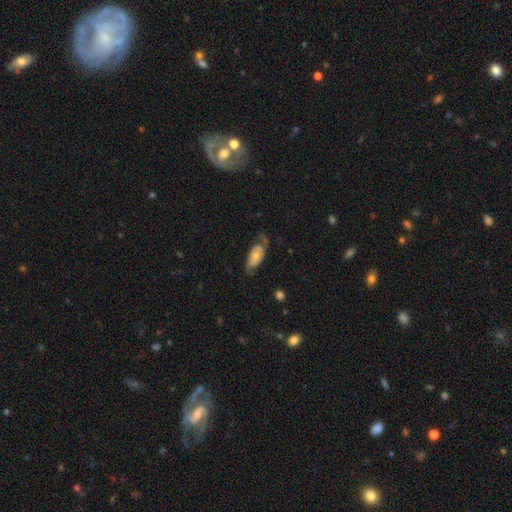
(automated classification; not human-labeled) The model was most divided on "smooth or featured": featured or disk: 53%, smooth: 41%, star or artifact: 6%. More confident: edge-on disk — no (88%); merging — none (53%).